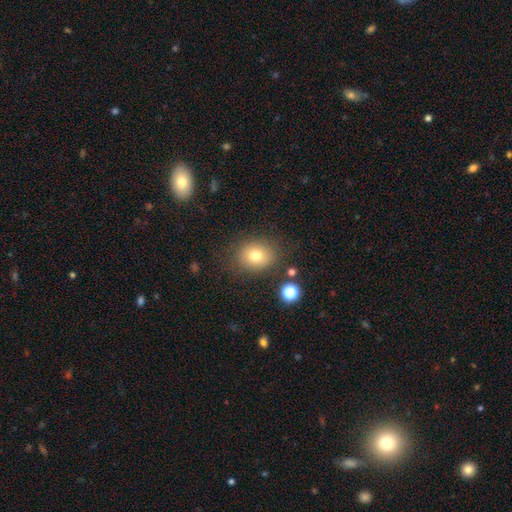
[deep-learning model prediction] Q: Smooth or featured?
A: smooth (77%); runner-up: star or artifact (12%)
Q: How rounded?
A: round (61%); runner-up: in between (38%)
Q: Merging?
A: none (82%); runner-up: minor disturbance (11%)